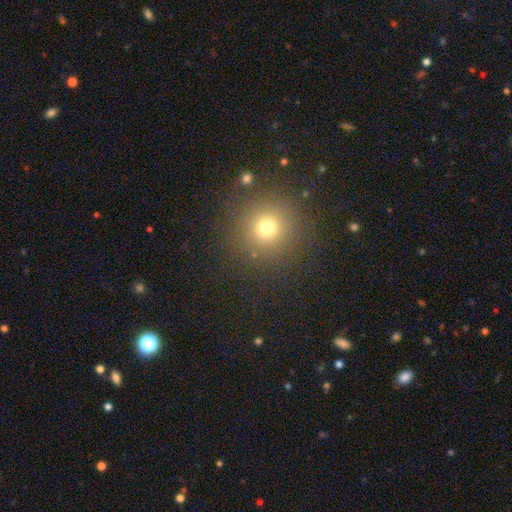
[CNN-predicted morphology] Smooth or featured? smooth (61%)
How rounded? round (95%)
Merging? none (92%)